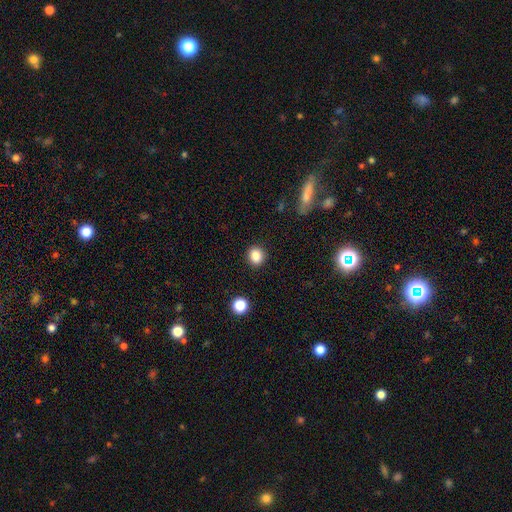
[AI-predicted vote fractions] The model was most divided on "how rounded": round: 76%, in between: 23%, cigar-shaped: 1%. More confident: merging — none (90%); smooth or featured — smooth (85%).